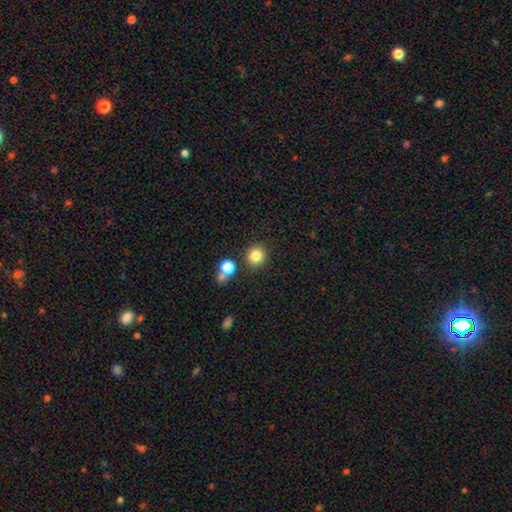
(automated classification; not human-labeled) Q: Smooth or featured?
A: smooth (82%); runner-up: star or artifact (12%)
Q: How rounded?
A: round (91%); runner-up: in between (8%)
Q: Merging?
A: none (84%); runner-up: minor disturbance (7%)